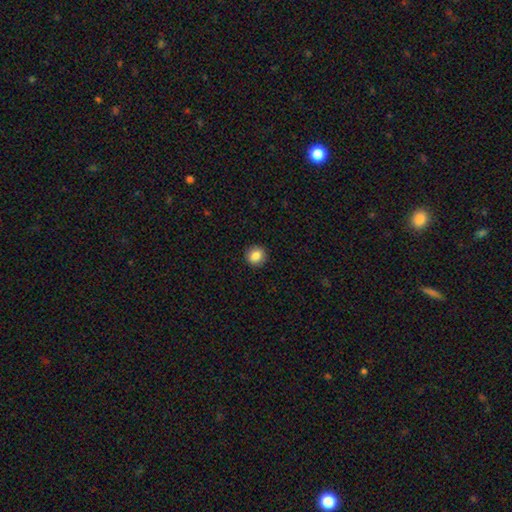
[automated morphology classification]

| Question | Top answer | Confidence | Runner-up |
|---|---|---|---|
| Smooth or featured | smooth | 86% | star or artifact (9%) |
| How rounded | round | 91% | in between (8%) |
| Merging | none | 93% | minor disturbance (5%) |